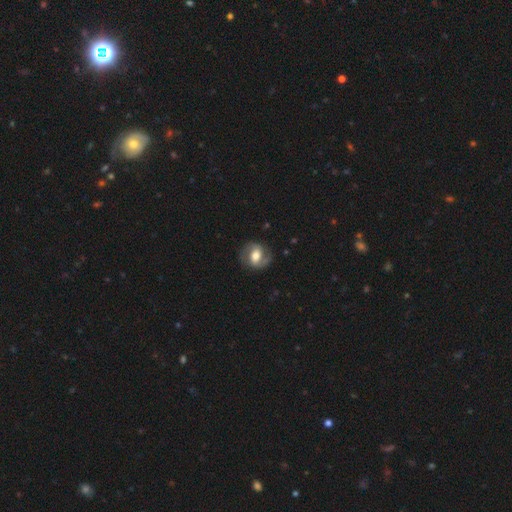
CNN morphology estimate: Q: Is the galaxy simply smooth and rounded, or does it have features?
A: featured or disk — 69%.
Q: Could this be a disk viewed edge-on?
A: no — 97%.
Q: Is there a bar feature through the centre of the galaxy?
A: weak — 42%.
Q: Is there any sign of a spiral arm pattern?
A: yes — 85%.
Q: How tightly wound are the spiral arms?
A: medium — 50%.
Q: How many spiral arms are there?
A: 2 — 88%.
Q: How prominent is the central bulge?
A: moderate — 60%.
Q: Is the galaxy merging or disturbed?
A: none — 79%.